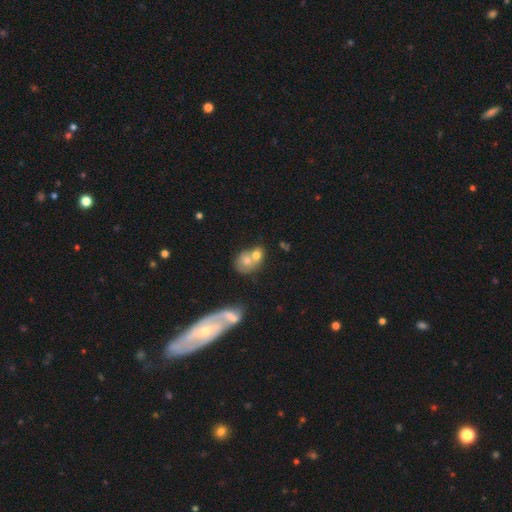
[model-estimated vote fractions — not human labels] A smooth galaxy with no disk features (63%) that is round (56%).

Vote fractions:
- Smooth or featured? smooth: 63% / featured or disk: 26% / star or artifact: 11%
- How rounded? round: 56% / in between: 43% / cigar-shaped: 2%
- Merging? merger: 65% / none: 23% / minor disturbance: 7% / major disturbance: 5%